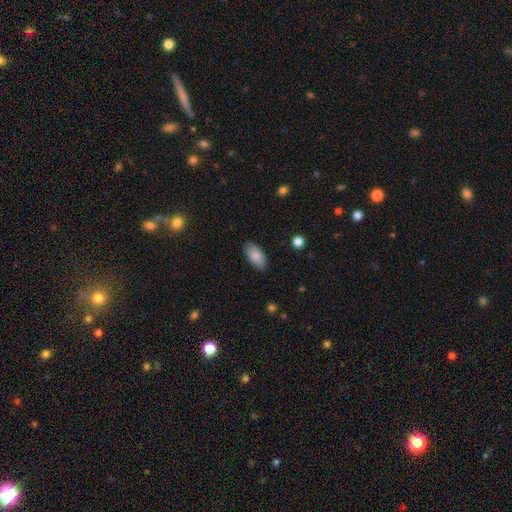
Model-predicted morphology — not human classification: Smooth or featured? smooth (85%)
How rounded? in between (94%)
Merging? none (84%)